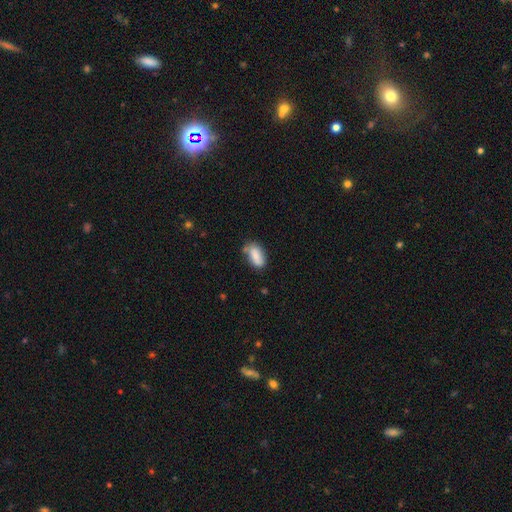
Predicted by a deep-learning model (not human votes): smooth-or-featured: smooth: 78% | featured or disk: 15% | star or artifact: 7%
  how-rounded: in between: 89% | cigar-shaped: 7% | round: 4%
  merging: none: 64% | minor disturbance: 24% | merger: 7% | major disturbance: 5%